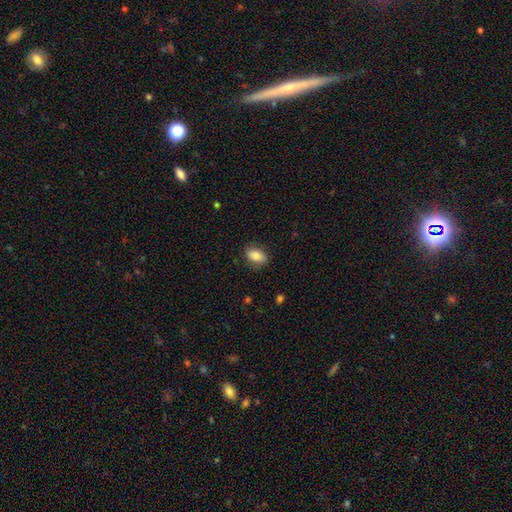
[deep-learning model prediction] Smooth or featured? Predicted: smooth (p=0.80). How rounded? Predicted: in between (p=0.87). Merging? Predicted: none (p=0.82).